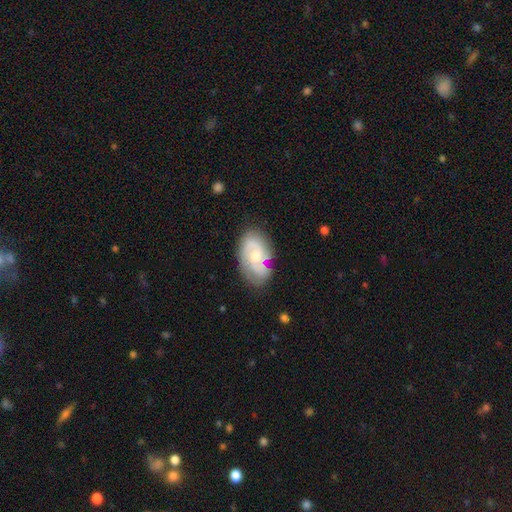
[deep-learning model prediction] A featured or disk galaxy (73%) with no bar (64%), 2 (52%) medium (43%) spiral arms (89%) and a moderate central bulge (52%). Merging: none (67%).